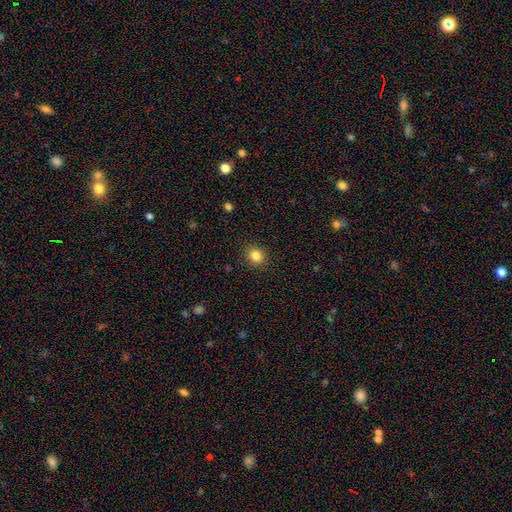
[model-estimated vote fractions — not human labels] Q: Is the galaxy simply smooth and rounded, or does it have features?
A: smooth — 83%.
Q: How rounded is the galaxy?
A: round — 79%.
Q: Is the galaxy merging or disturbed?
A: none — 90%.